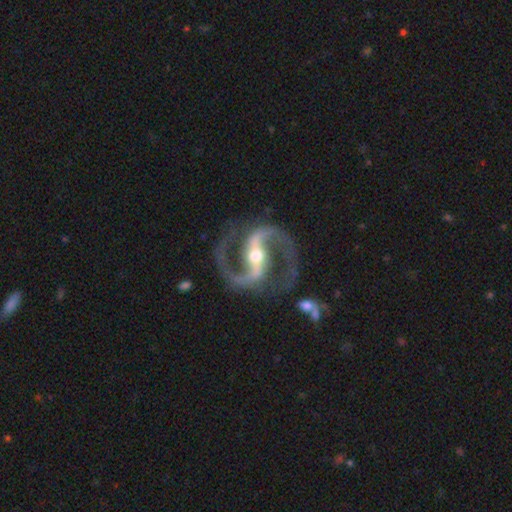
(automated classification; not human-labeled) A featured or disk galaxy (94%) with a strong bar (67%), 2 (95%) medium (68%) spiral arms (98%) and a moderate central bulge (68%).

Vote fractions:
- Smooth or featured? featured or disk: 94% / star or artifact: 4% / smooth: 2%
- Edge-on disk? no: 98% / yes: 2%
- Bar? strong: 67% / weak: 23% / no: 10%
- Spiral arms? yes: 98% / no: 2%
- Spiral winding? medium: 68% / loose: 17% / tight: 15%
- Spiral arm count? 2: 95% / can't tell: 1% / 1: 1% / 3: 1% / 4: 1% / more than 4: 1%
- Bulge size? moderate: 68% / small: 23% / large: 6% / none: 1% / dominant: 1%
- Merging? none: 83% / minor disturbance: 10% / major disturbance: 5% / merger: 2%